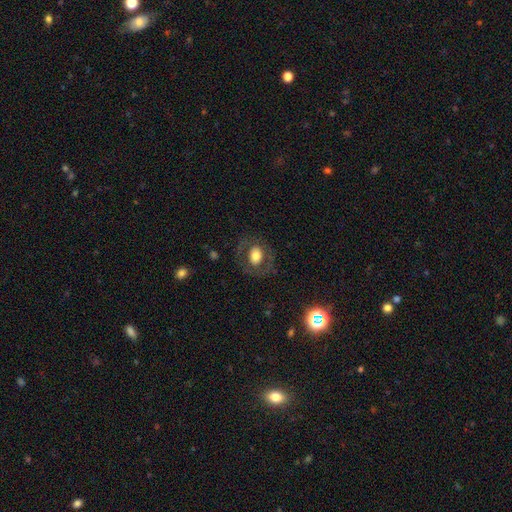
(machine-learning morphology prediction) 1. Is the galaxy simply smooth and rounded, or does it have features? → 62% smooth, 29% featured or disk, 9% star or artifact.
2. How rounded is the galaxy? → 54% in between, 45% round, 1% cigar-shaped.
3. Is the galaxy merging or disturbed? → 76% none, 12% minor disturbance, 10% major disturbance, 1% merger.